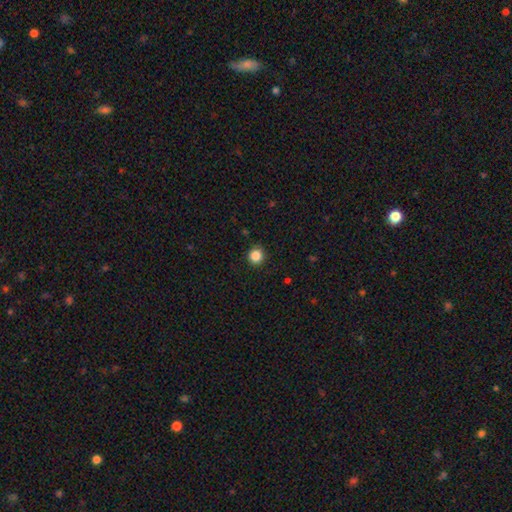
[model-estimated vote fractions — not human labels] Morphology: type=smooth (86%); roundness=round (92%); merging=none (90%).